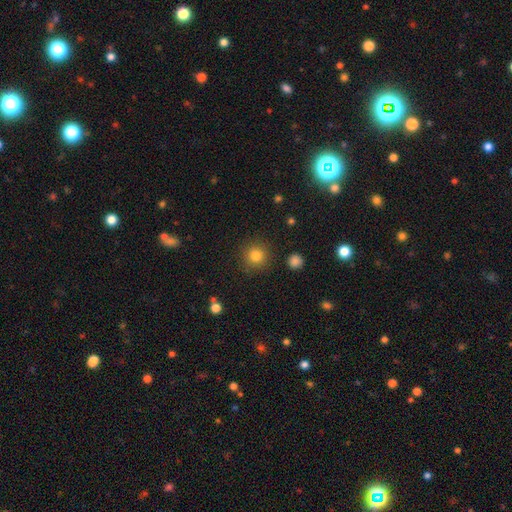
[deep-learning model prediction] This appears to be a smooth galaxy with no disk features (82%) that is round (94%). Merging: none (89%).